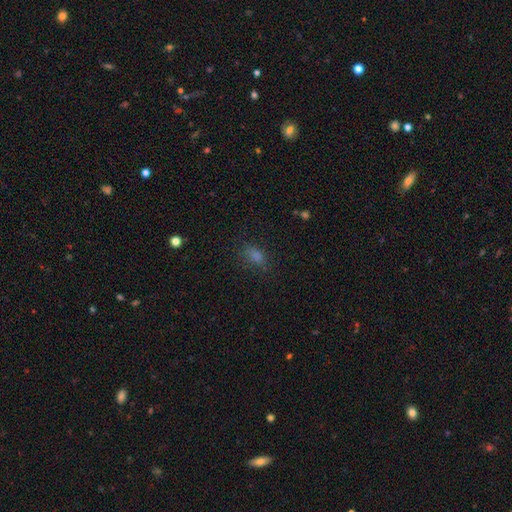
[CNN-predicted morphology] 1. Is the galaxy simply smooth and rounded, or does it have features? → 68% smooth, 23% star or artifact, 8% featured or disk.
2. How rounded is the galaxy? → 77% in between, 19% round, 5% cigar-shaped.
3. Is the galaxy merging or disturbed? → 77% none, 15% minor disturbance, 7% major disturbance, 2% merger.